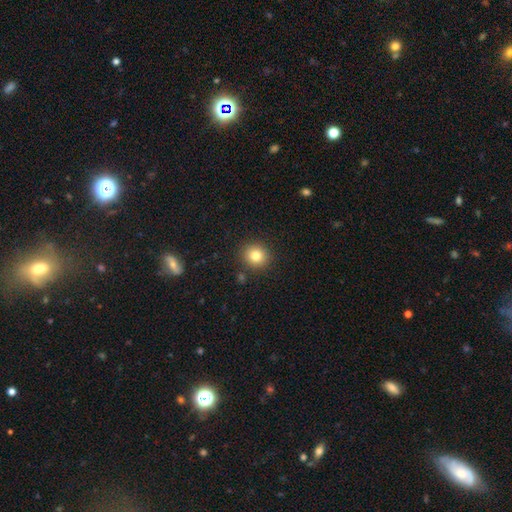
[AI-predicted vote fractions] smooth_or_featured: smooth (p=0.81) [alt: star or artifact p=0.12]
how_rounded: round (p=0.87) [alt: in between p=0.12]
merging: none (p=0.88) [alt: minor disturbance p=0.07]